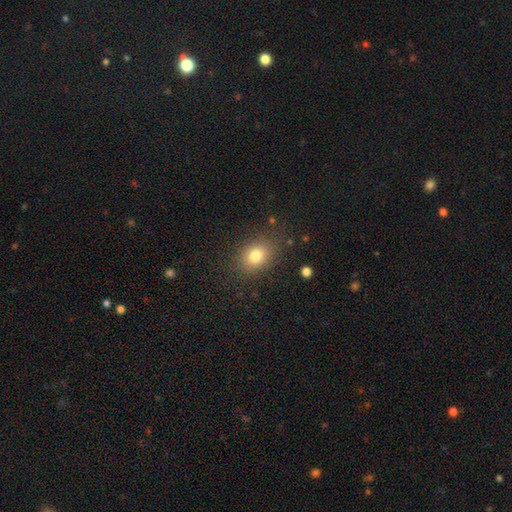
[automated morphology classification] Smooth or featured: smooth — 79% (star or artifact — 12%)
How rounded: in between — 59% (round — 40%)
Merging: none — 82% (minor disturbance — 12%)